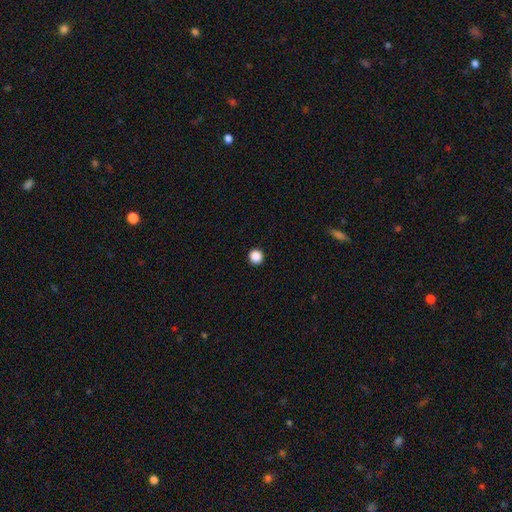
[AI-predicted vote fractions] Overall: smooth (88%). How rounded: round (94%). Merging: none (94%).